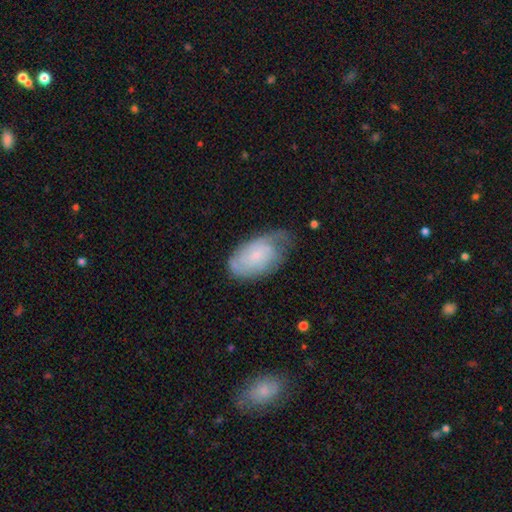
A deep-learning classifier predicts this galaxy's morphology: Q: Smooth or featured?
A: featured or disk (56%); runner-up: smooth (37%)
Q: Edge-on disk?
A: no (95%); runner-up: yes (5%)
Q: Bar?
A: no (74%); runner-up: weak (23%)
Q: Spiral arms?
A: yes (85%); runner-up: no (15%)
Q: Bulge size?
A: small (62%); runner-up: moderate (20%)
Q: Merging?
A: none (49%); runner-up: minor disturbance (35%)